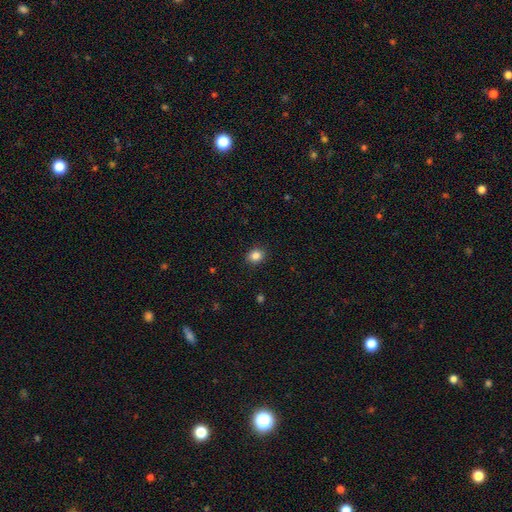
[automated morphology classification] type=smooth (85%); roundness=round (55%); merging=none (90%).